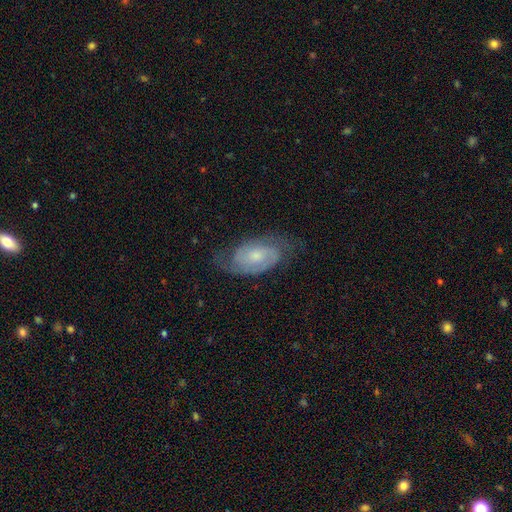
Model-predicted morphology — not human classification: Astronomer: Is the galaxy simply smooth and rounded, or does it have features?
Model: featured or disk — 80%.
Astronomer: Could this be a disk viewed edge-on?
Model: no — 95%.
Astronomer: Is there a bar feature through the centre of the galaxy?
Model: no — 64%.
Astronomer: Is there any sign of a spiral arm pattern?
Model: yes — 95%.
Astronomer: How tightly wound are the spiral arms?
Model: tight — 52% (runner-up: medium, 37%).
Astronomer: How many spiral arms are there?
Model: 2 — 80%.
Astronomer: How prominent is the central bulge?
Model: moderate — 47% (runner-up: small, 43%).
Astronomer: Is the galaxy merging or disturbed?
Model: none — 73%.